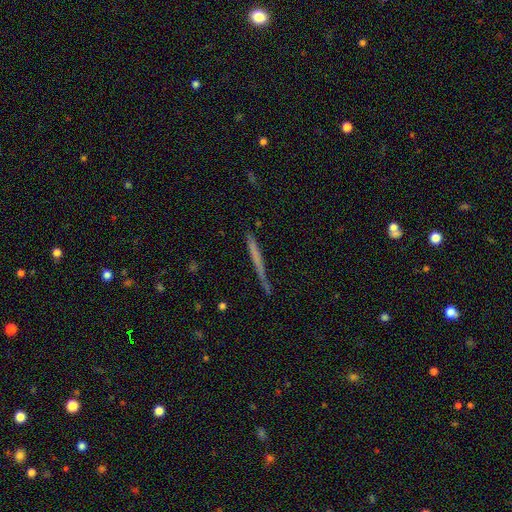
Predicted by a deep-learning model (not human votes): Smooth or featured?
  - smooth: 53% *
  - featured or disk: 40%
  - star or artifact: 7%
How rounded?
  - cigar-shaped: 96% *
  - in between: 2%
  - round: 2%
Merging?
  - none: 80% *
  - minor disturbance: 14%
  - major disturbance: 3%
  - merger: 2%